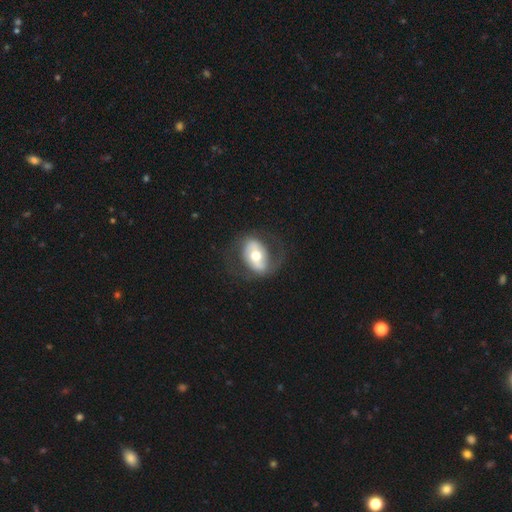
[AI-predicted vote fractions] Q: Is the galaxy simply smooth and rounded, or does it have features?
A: featured or disk — 64%.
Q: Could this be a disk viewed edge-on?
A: no — 94%.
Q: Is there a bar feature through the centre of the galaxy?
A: no — 40%.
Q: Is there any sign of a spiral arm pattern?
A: yes — 61%.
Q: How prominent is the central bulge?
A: moderate — 72%.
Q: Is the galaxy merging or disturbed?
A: none — 68%.